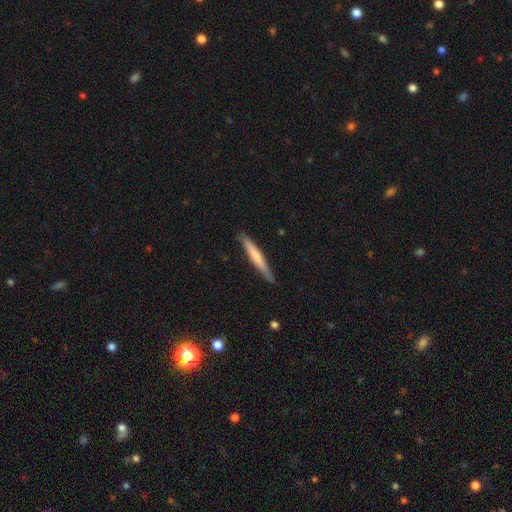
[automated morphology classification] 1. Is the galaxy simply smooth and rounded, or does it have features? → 58% smooth, 37% featured or disk, 5% star or artifact.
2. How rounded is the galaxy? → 96% cigar-shaped, 3% in between, 1% round.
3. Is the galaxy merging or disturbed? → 86% none, 11% minor disturbance, 2% major disturbance, 1% merger.